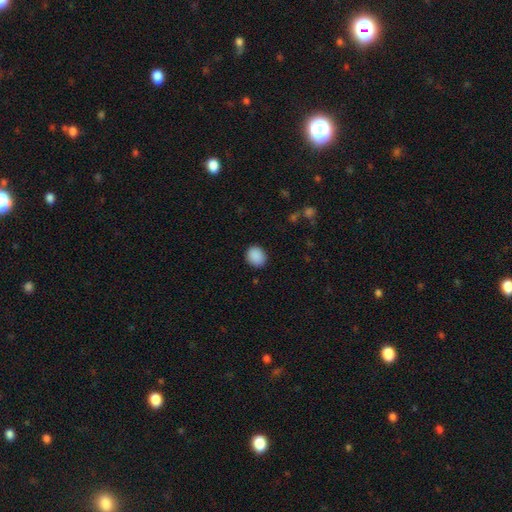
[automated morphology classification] Q: Smooth or featured?
A: smooth (90%); runner-up: star or artifact (8%)
Q: How rounded?
A: round (70%); runner-up: in between (29%)
Q: Merging?
A: none (88%); runner-up: minor disturbance (9%)